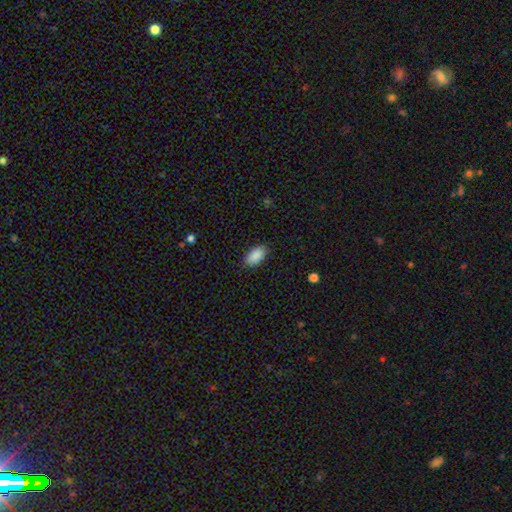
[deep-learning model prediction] smooth-or-featured: smooth: 90% | star or artifact: 7% | featured or disk: 3%
  how-rounded: in between: 94% | round: 3% | cigar-shaped: 3%
  merging: none: 88% | minor disturbance: 9% | major disturbance: 2% | merger: 1%